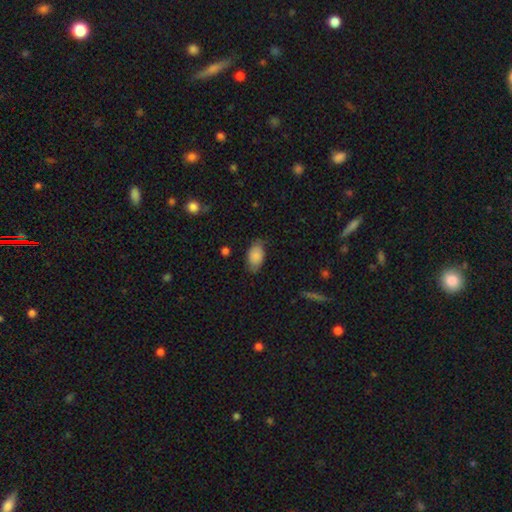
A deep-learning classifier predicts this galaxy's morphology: Smooth or featured?
  - smooth: 81% *
  - featured or disk: 12%
  - star or artifact: 7%
How rounded?
  - in between: 91% *
  - round: 7%
  - cigar-shaped: 2%
Merging?
  - none: 69% *
  - minor disturbance: 24%
  - major disturbance: 6%
  - merger: 1%